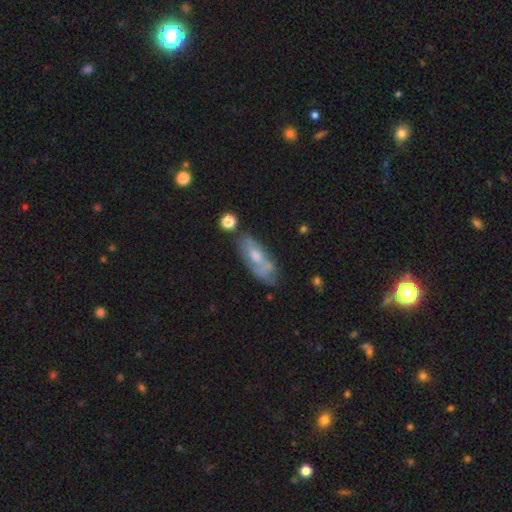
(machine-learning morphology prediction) A featured or disk galaxy (49%).

Vote fractions:
- Smooth or featured? featured or disk: 49% / smooth: 40% / star or artifact: 11%
- Merging? none: 58% / minor disturbance: 24% / major disturbance: 10% / merger: 8%